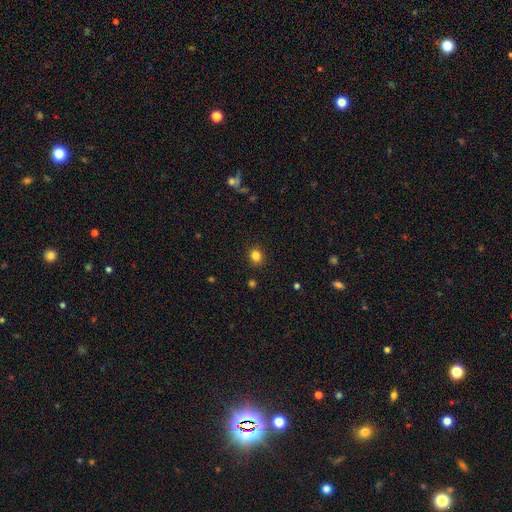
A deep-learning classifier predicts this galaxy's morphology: type=smooth (83%); roundness=round (70%); merging=none (89%).